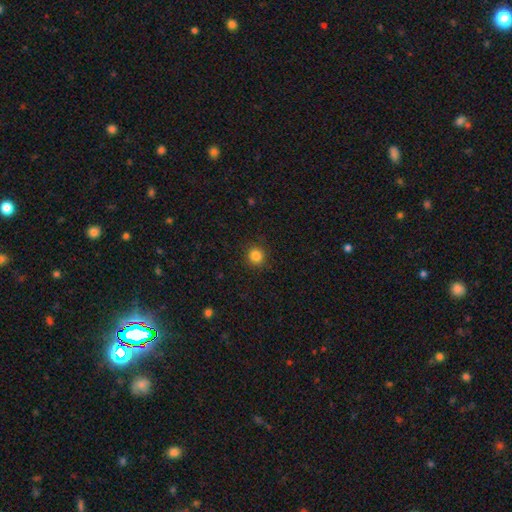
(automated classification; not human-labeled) Smooth or featured? Predicted: smooth (p=0.84). How rounded? Predicted: round (p=0.92). Merging? Predicted: none (p=0.90).